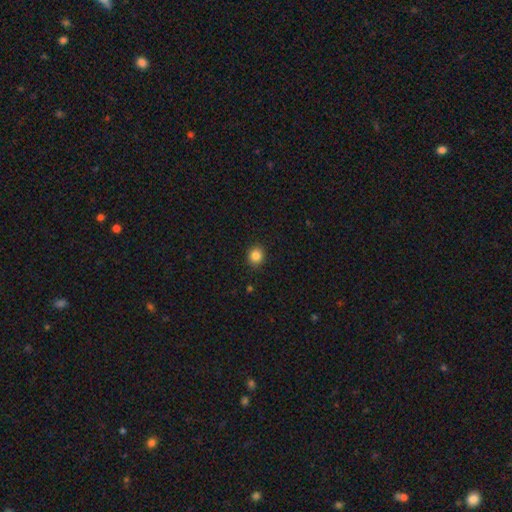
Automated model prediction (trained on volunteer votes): Smooth or featured?
  - smooth: 85% *
  - star or artifact: 10%
  - featured or disk: 4%
How rounded?
  - round: 79% *
  - in between: 20%
  - cigar-shaped: 1%
Merging?
  - none: 91% *
  - minor disturbance: 6%
  - major disturbance: 2%
  - merger: 1%